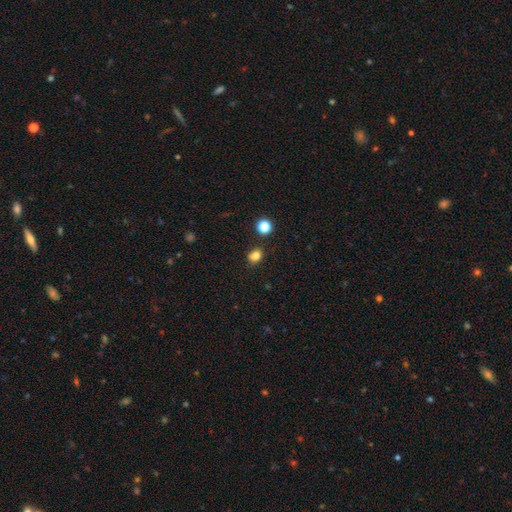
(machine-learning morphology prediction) Q: Smooth or featured?
A: smooth (78%); runner-up: star or artifact (15%)
Q: How rounded?
A: round (52%); runner-up: in between (47%)
Q: Merging?
A: none (70%); runner-up: minor disturbance (16%)